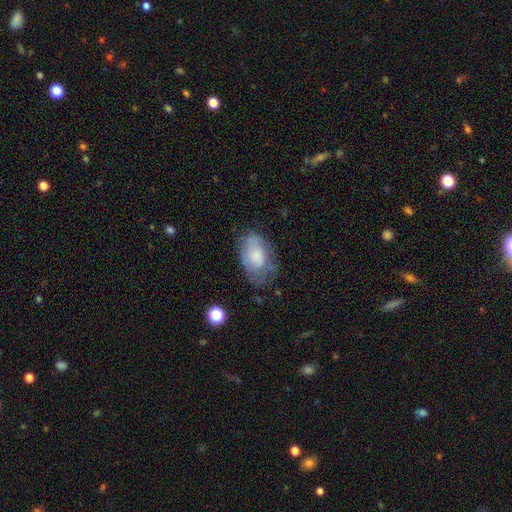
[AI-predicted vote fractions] Morphology: type=smooth (60%); roundness=in between (91%); merging=none (49%).